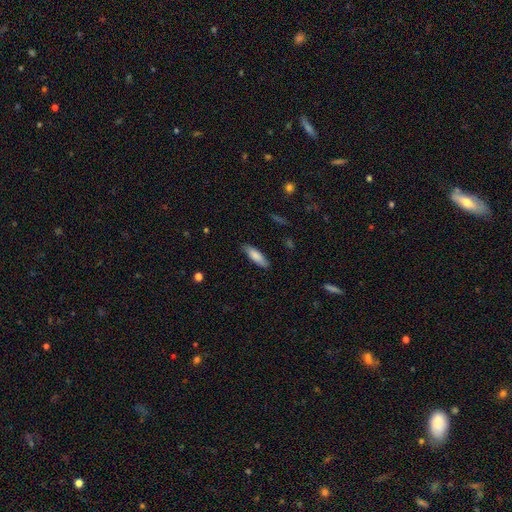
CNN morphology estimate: smooth_or_featured: smooth (p=0.82) [alt: featured or disk p=0.12]
how_rounded: cigar-shaped (p=0.51) [alt: in between p=0.48]
merging: none (p=0.82) [alt: minor disturbance p=0.14]